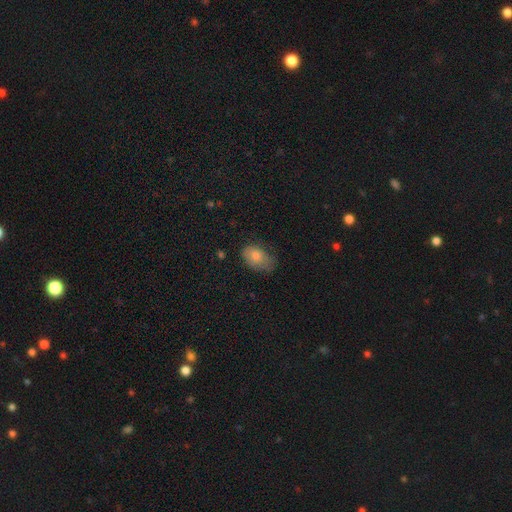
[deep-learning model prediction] smooth-or-featured: smooth: 74% | featured or disk: 16% | star or artifact: 10%
  how-rounded: in between: 85% | round: 14% | cigar-shaped: 2%
  merging: none: 56% | minor disturbance: 32% | major disturbance: 10% | merger: 1%